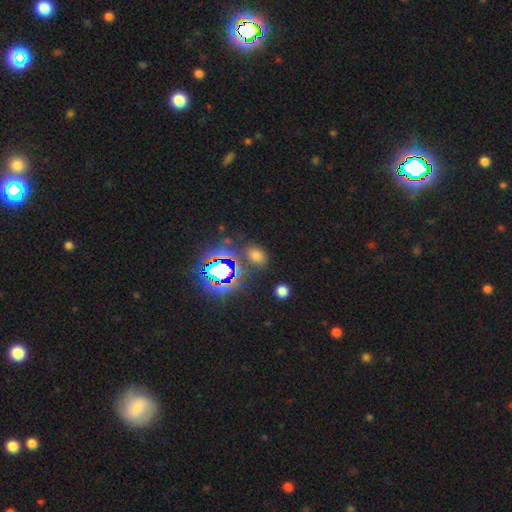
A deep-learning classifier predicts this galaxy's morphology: This is possibly a smooth galaxy (55%). How rounded: likely in between (65%). Merging: likely none (78%).